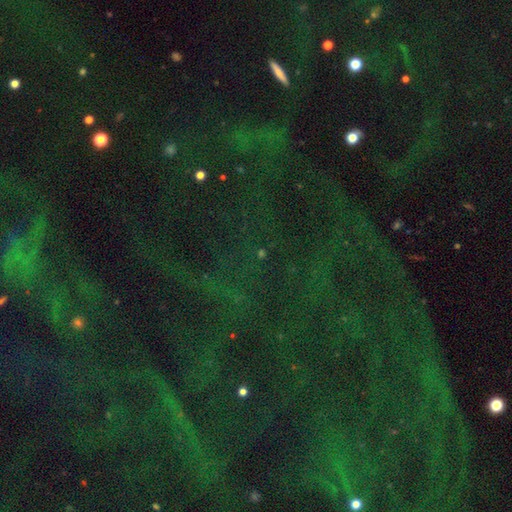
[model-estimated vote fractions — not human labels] Overall: star or artifact (83%).